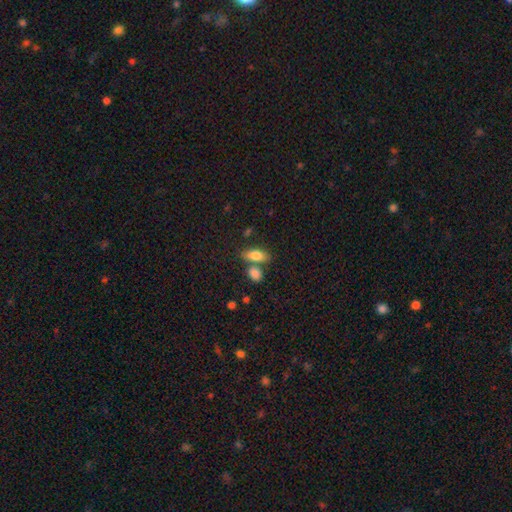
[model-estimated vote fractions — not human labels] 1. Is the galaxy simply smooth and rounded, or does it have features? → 80% smooth, 12% featured or disk, 8% star or artifact.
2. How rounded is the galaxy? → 81% in between, 14% cigar-shaped, 5% round.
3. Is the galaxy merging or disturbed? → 58% none, 27% merger, 11% minor disturbance, 4% major disturbance.